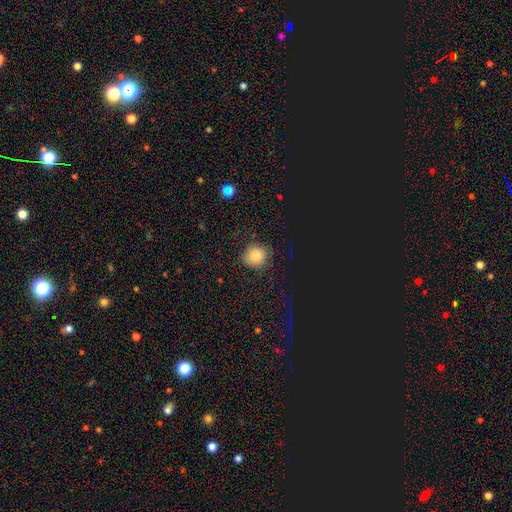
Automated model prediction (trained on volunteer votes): This is likely a smooth galaxy (79%). How rounded: clearly round (83%). Merging: clearly none (81%).